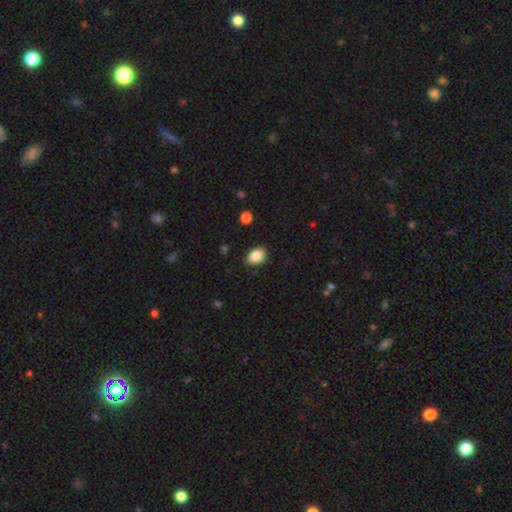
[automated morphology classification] type=smooth (85%); roundness=in between (72%); merging=none (71%).